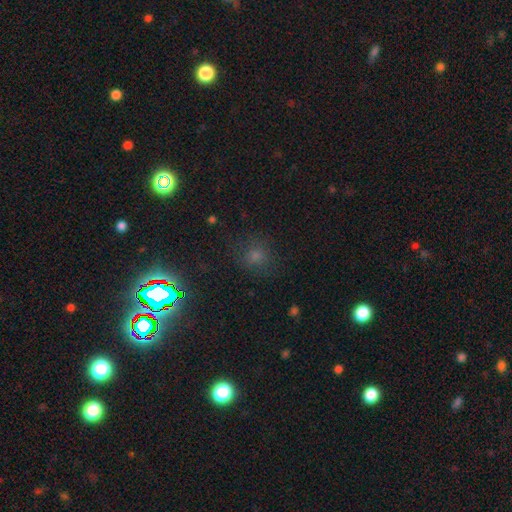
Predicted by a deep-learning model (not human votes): smooth-or-featured: smooth: 62% | star or artifact: 29% | featured or disk: 9%
  how-rounded: round: 81% | in between: 18% | cigar-shaped: 1%
  merging: none: 76% | minor disturbance: 14% | major disturbance: 8% | merger: 2%